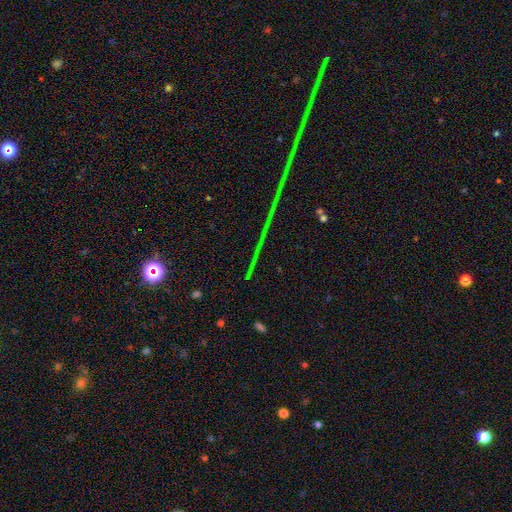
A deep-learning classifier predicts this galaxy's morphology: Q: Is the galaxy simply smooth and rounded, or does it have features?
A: star or artifact — 83%.